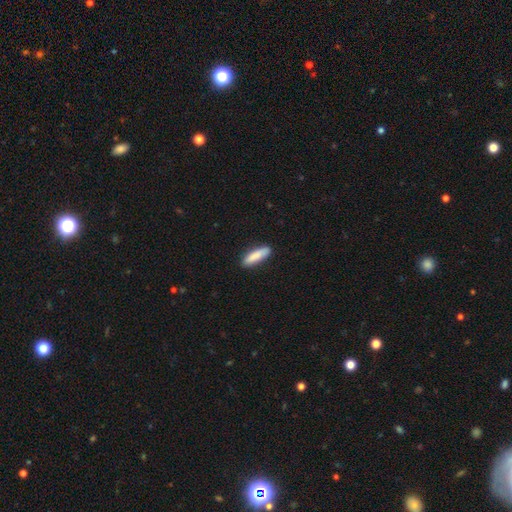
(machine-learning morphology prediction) A smooth galaxy with no disk features (86%) that is cigar-shaped (67%). Merging: none (86%).